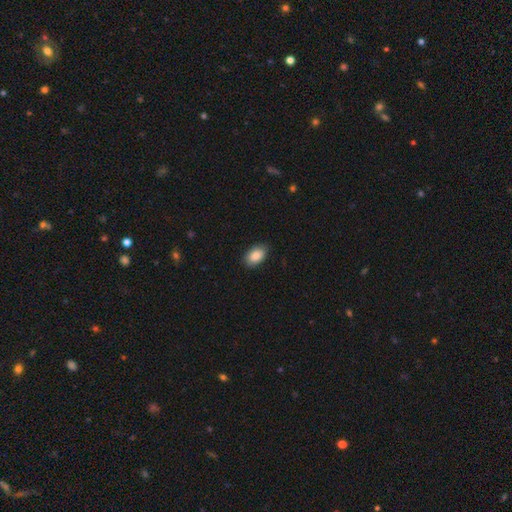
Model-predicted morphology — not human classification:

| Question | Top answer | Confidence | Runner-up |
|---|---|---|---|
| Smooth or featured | smooth | 88% | star or artifact (7%) |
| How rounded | in between | 90% | round (9%) |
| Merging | none | 85% | minor disturbance (12%) |